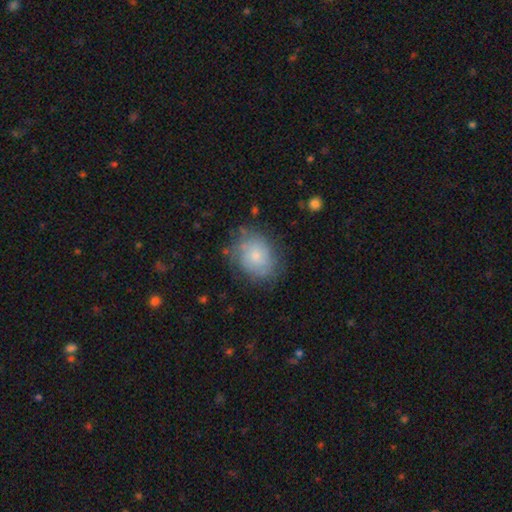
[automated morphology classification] Overall: smooth (59%; featured or disk 33%). How rounded: in between (50%; round 49%). Merging: none (65%).